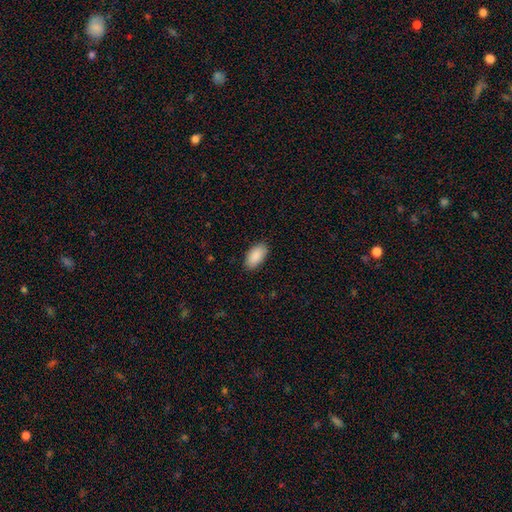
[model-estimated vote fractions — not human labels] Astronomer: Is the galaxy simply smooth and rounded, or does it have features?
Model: smooth — 91%.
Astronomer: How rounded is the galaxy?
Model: in between — 95%.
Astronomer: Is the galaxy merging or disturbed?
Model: none — 89%.